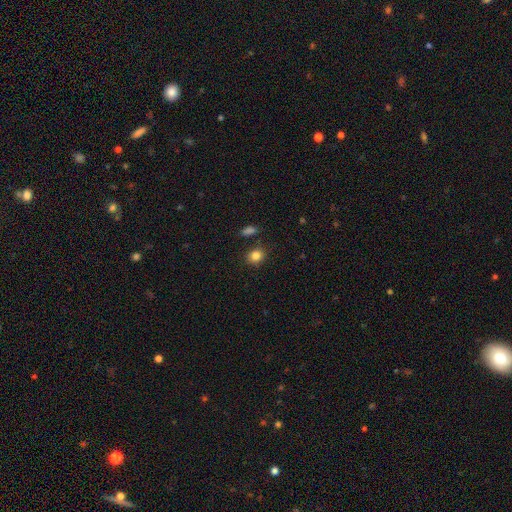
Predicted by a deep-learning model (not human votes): A smooth galaxy with no disk features (84%) that is round (66%). Merging: none (82%).